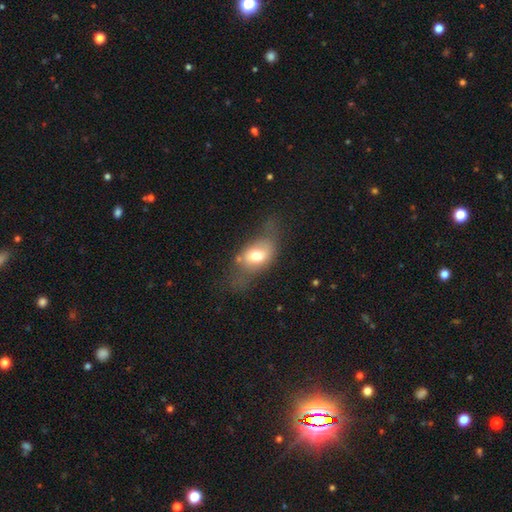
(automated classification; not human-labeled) Smooth or featured? smooth (63%)
How rounded? in between (83%)
Merging? none (43%)